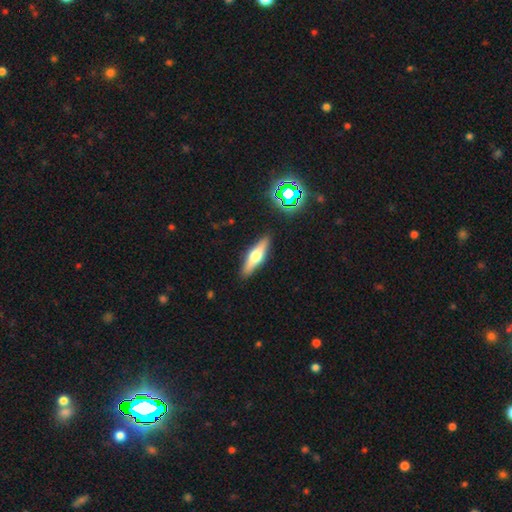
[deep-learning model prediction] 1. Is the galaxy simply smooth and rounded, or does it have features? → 49% featured or disk, 43% smooth, 8% star or artifact.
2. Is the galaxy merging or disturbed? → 89% none, 7% minor disturbance, 2% major disturbance, 1% merger.